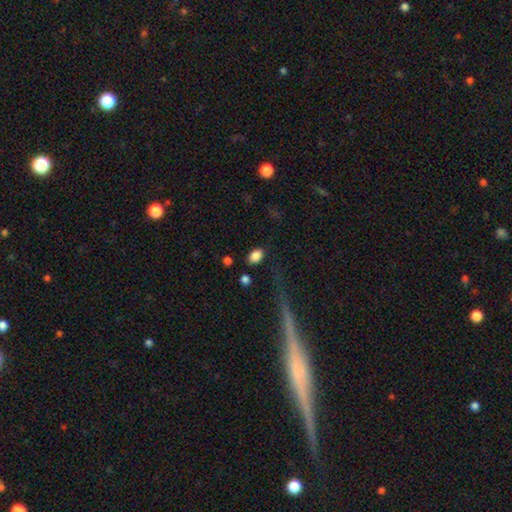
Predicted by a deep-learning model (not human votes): Overall: smooth (86%). How rounded: in between (84%). Merging: none (82%).